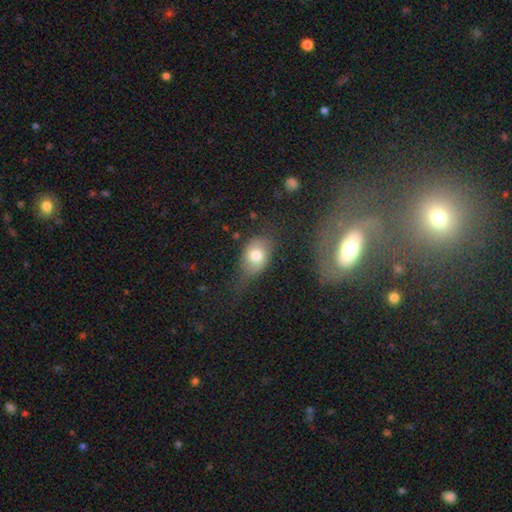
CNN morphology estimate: Q: Smooth or featured?
A: smooth (73%); runner-up: featured or disk (18%)
Q: How rounded?
A: in between (74%); runner-up: round (24%)
Q: Merging?
A: none (49%); runner-up: minor disturbance (30%)